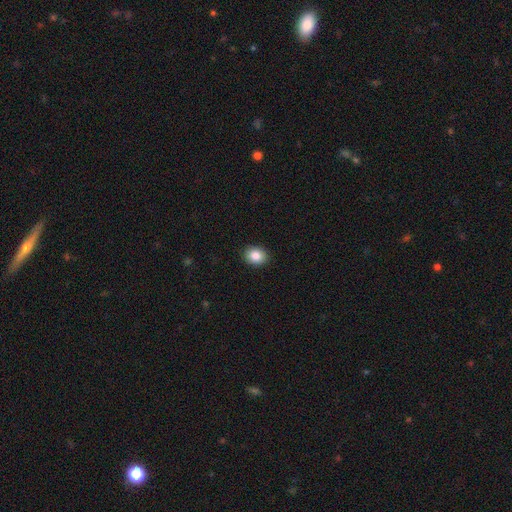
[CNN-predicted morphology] smooth_or_featured: smooth (p=0.86) [alt: star or artifact p=0.09]
how_rounded: round (p=0.51) [alt: in between p=0.48]
merging: none (p=0.91) [alt: minor disturbance p=0.06]